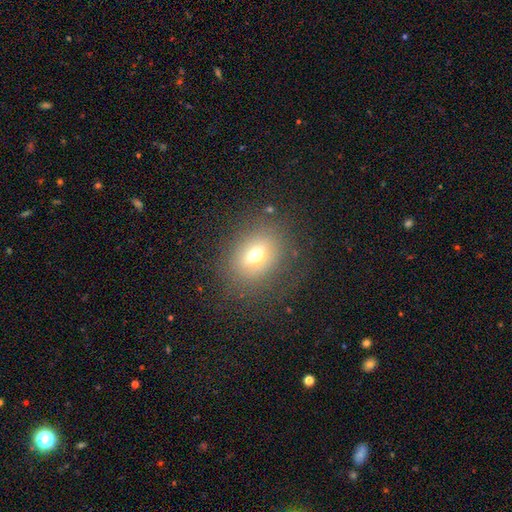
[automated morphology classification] Smooth or featured: smooth — 61% (featured or disk — 24%)
How rounded: in between — 64% (round — 34%)
Merging: none — 75% (minor disturbance — 14%)